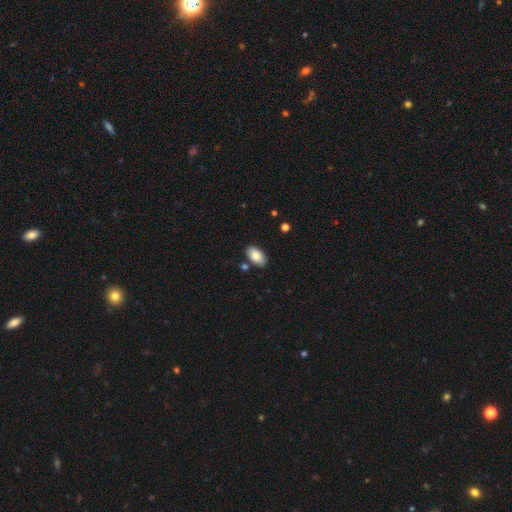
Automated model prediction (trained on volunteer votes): Smooth or featured? smooth (84%)
How rounded? in between (94%)
Merging? none (83%)